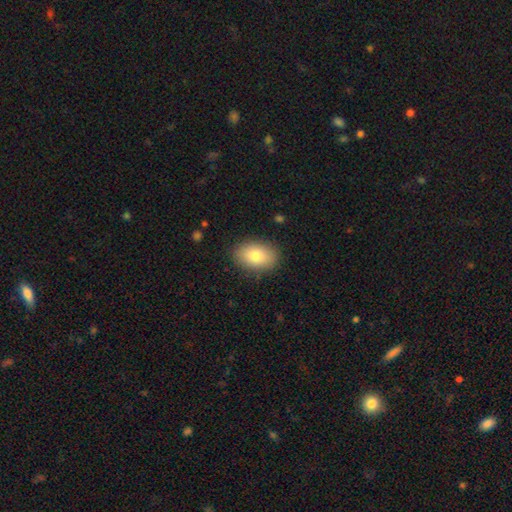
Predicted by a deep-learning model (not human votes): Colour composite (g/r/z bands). It shows a smooth galaxy with no disk features (82%) that is in between round and cigar-shaped (85%). Merging: none (87%).